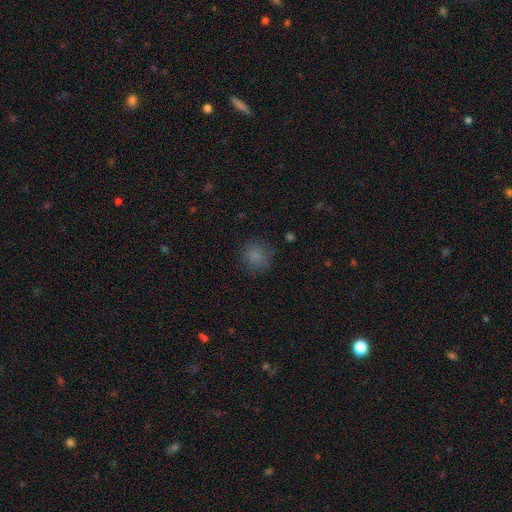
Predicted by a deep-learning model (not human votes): smooth 82%, star or artifact 12%, featured or disk 6%. Down the decision tree: how rounded — round (88%); merging — none (81%).